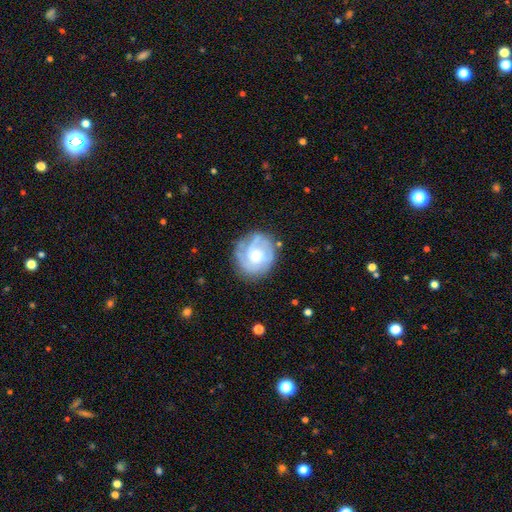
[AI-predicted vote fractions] smooth_or_featured: featured or disk (p=0.75) [alt: smooth p=0.19]
disk_edge_on: no (p=0.98) [alt: yes p=0.02]
bar: no (p=0.76) [alt: weak p=0.21]
has_spiral_arms: yes (p=0.89) [alt: no p=0.11]
spiral_winding: tight (p=0.63) [alt: medium p=0.29]
spiral_arm_count: 2 (p=0.32) [alt: can't tell p=0.30]
bulge_size: moderate (p=0.58) [alt: small p=0.35]
merging: none (p=0.75) [alt: minor disturbance p=0.17]